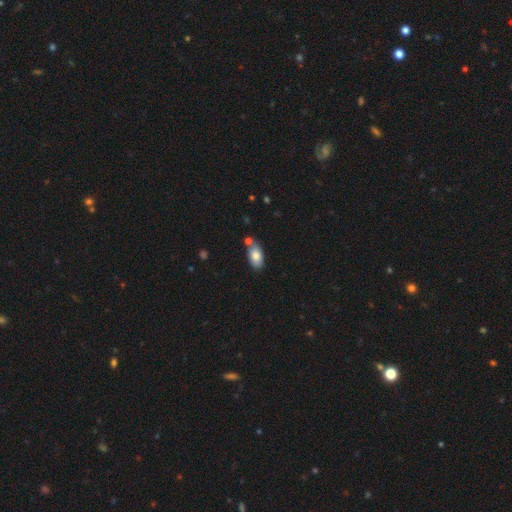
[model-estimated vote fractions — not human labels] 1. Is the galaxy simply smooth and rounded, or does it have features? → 79% smooth, 14% featured or disk, 7% star or artifact.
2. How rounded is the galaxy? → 93% in between, 5% round, 3% cigar-shaped.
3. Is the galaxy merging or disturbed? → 64% none, 18% merger, 14% minor disturbance, 3% major disturbance.